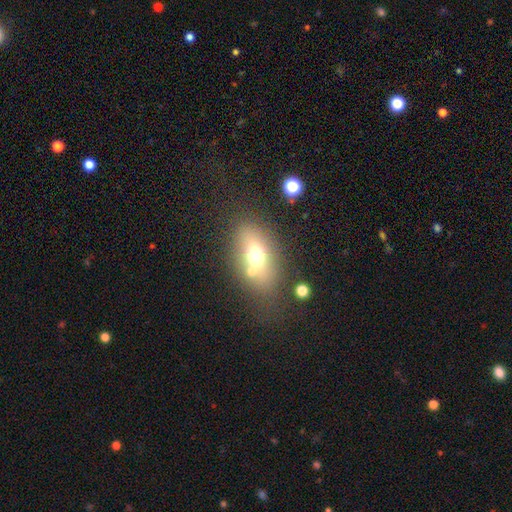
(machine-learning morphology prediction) Smooth or featured: smooth — 62% (featured or disk — 24%)
How rounded: in between — 77% (round — 18%)
Merging: none — 63% (minor disturbance — 14%)